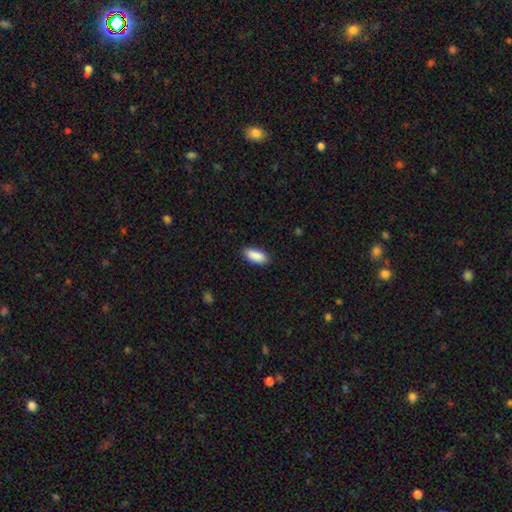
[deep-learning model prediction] smooth_or_featured: smooth (p=0.90) [alt: star or artifact p=0.06]
how_rounded: in between (p=0.84) [alt: cigar-shaped p=0.14]
merging: none (p=0.88) [alt: minor disturbance p=0.09]